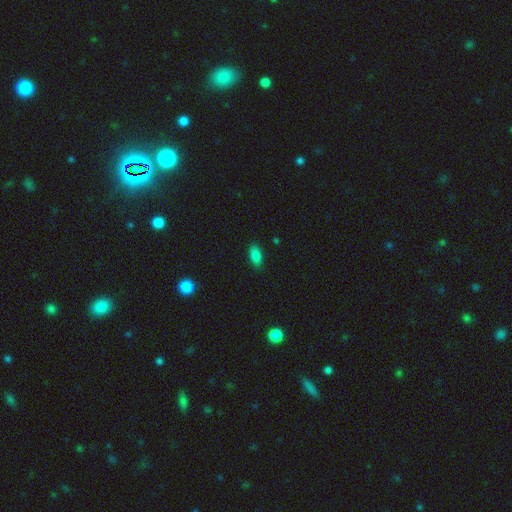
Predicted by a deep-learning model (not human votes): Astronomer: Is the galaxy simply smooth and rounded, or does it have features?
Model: smooth — 84%.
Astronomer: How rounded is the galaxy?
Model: in between — 89%.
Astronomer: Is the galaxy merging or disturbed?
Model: none — 86%.